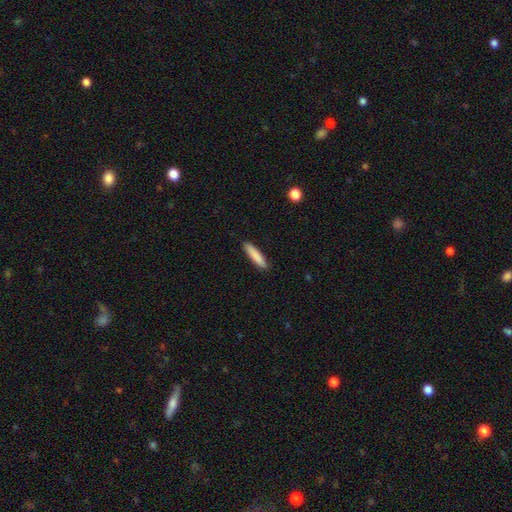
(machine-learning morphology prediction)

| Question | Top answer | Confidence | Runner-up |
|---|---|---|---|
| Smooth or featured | smooth | 86% | featured or disk (9%) |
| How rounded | cigar-shaped | 84% | in between (15%) |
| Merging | none | 89% | minor disturbance (8%) |